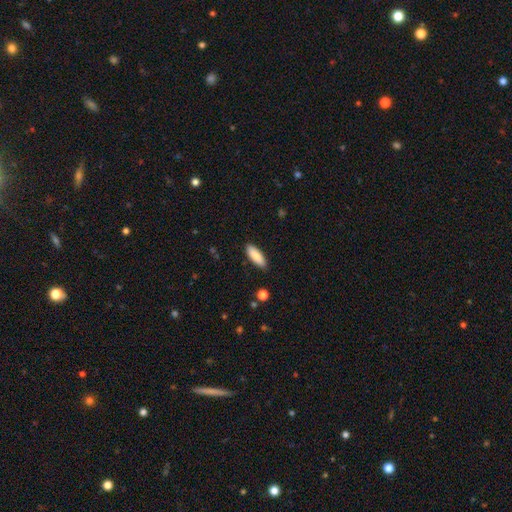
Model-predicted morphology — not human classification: type=smooth (86%); roundness=in between (64%); merging=none (88%).